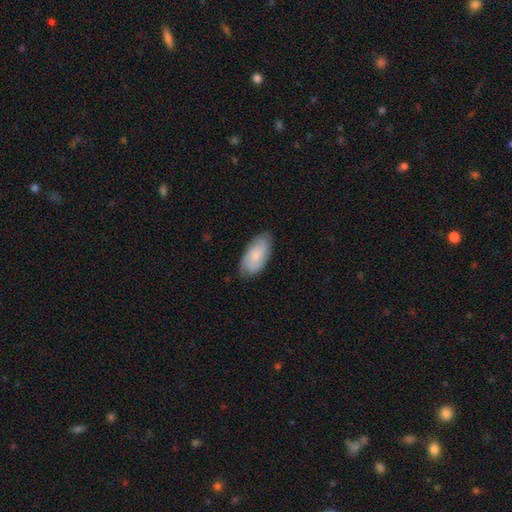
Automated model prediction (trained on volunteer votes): A smooth galaxy with no disk features (63%) that is in between round and cigar-shaped (92%).

Vote fractions:
- Smooth or featured? smooth: 63% / featured or disk: 30% / star or artifact: 6%
- How rounded? in between: 92% / cigar-shaped: 5% / round: 2%
- Merging? none: 78% / minor disturbance: 18% / major disturbance: 3% / merger: 1%